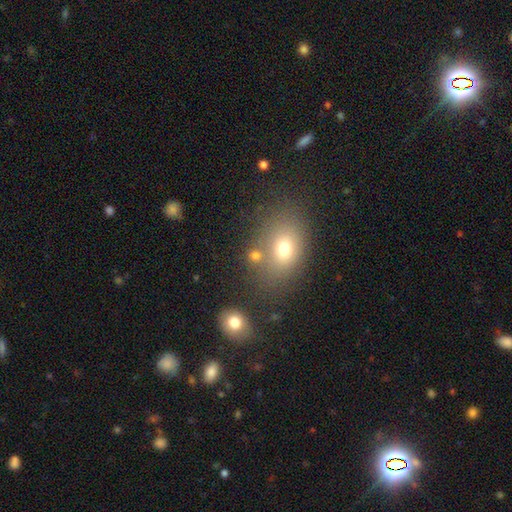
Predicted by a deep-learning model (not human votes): The model was most divided on "how rounded": in between: 52%, round: 46%, cigar-shaped: 2%. More confident: smooth or featured — smooth (72%); merging — none (62%).